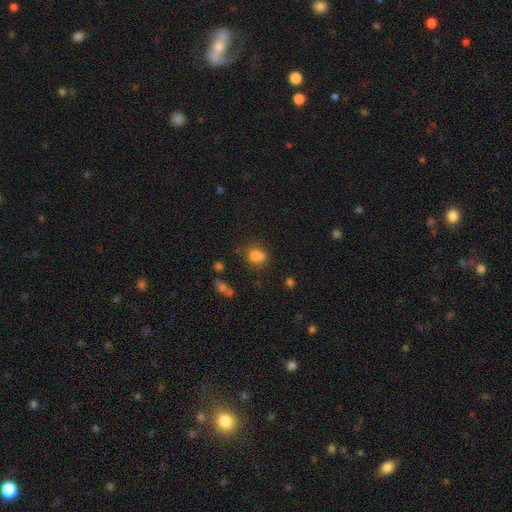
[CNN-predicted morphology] type=smooth (75%); roundness=in between (49%, tied with round); merging=none (48%).